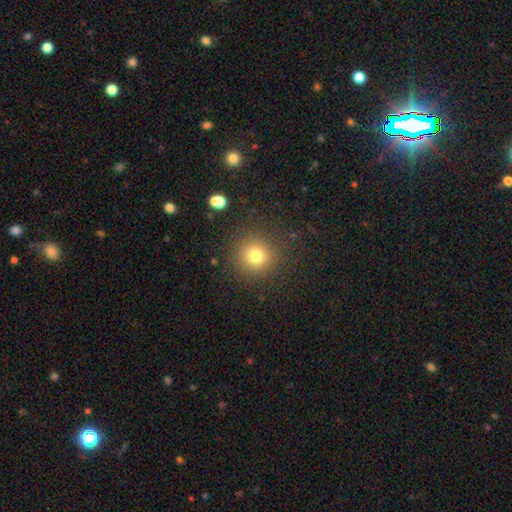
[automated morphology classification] A smooth galaxy with no disk features (77%) that is round (92%). Merging: none (88%).